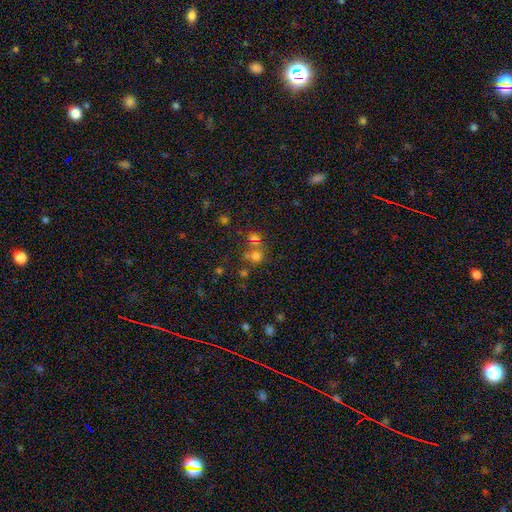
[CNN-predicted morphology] Smooth or featured? Predicted: smooth (p=0.63). How rounded? Predicted: round (p=0.82). Merging? Predicted: none (p=0.50).